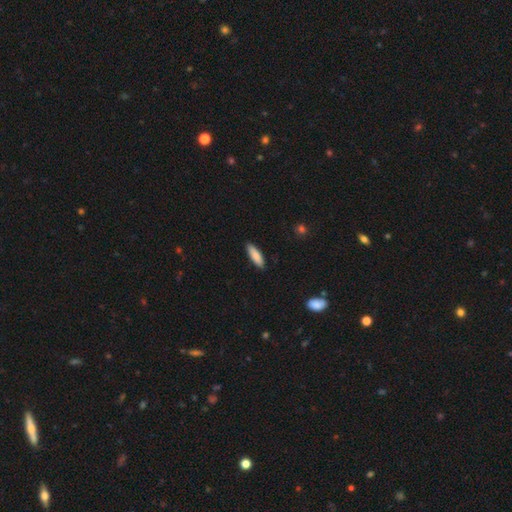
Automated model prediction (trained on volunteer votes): smooth 86%, featured or disk 8%, star or artifact 6%. Down the decision tree: how rounded — cigar-shaped (56%); merging — none (88%).